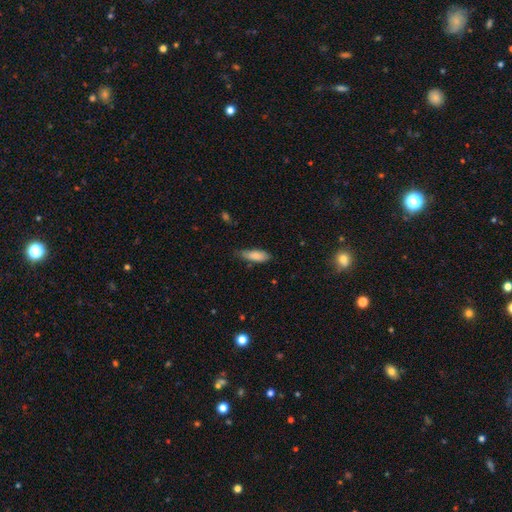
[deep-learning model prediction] Smooth or featured? smooth (81%)
How rounded? in between (66%)
Merging? none (62%)